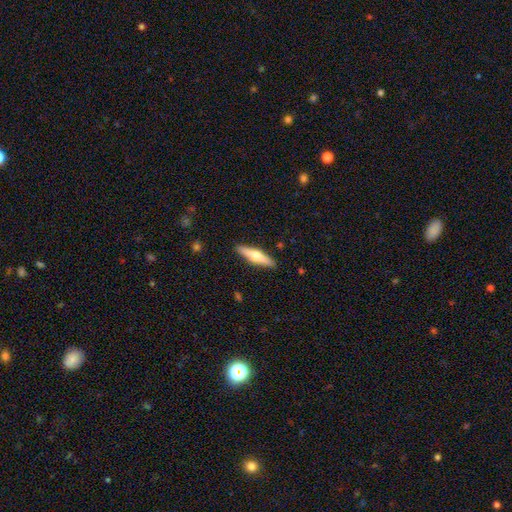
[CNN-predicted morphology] Smooth or featured? Predicted: featured or disk (p=0.49). Merging? Predicted: none (p=0.90).